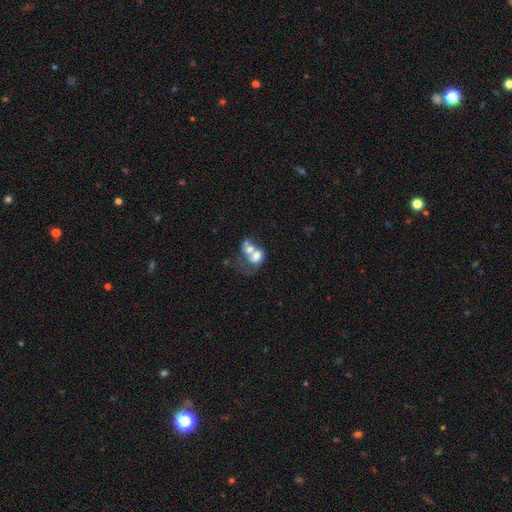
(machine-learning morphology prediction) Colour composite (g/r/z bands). It shows a smooth galaxy with no disk features (57%) that is in between round and cigar-shaped (64%). Merging: merger (71%).